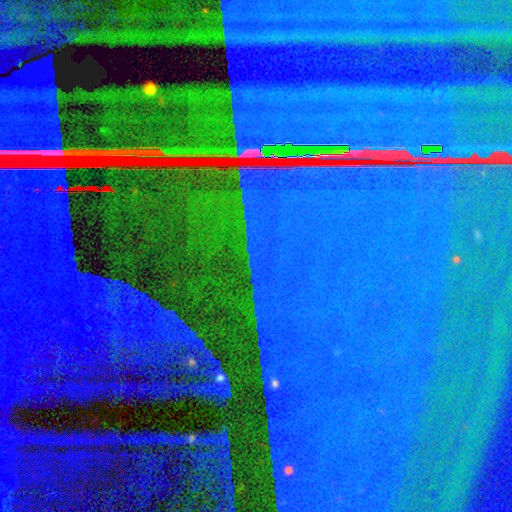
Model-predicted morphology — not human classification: smooth_or_featured: star or artifact (p=0.90) [alt: featured or disk p=0.06]